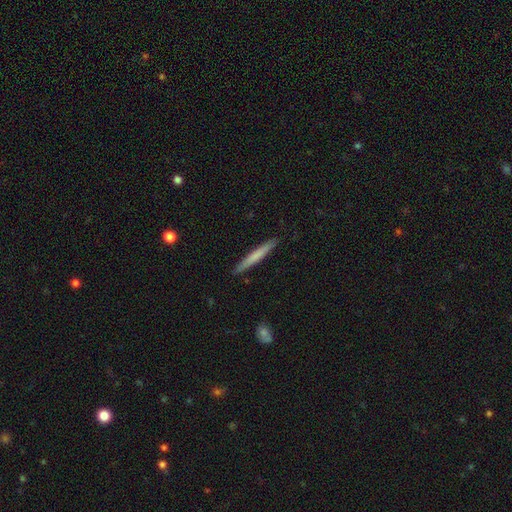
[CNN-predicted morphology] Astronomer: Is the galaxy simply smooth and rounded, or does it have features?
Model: smooth — 64%.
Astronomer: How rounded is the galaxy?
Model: cigar-shaped — 97%.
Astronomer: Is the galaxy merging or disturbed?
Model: none — 91%.